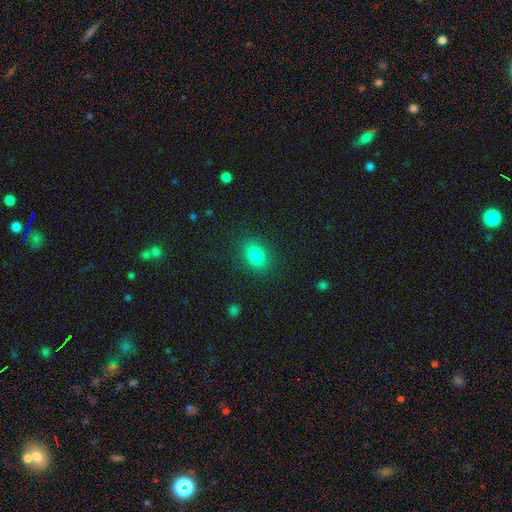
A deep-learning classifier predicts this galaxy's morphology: Smooth or featured? smooth (83%)
How rounded? in between (73%)
Merging? none (86%)